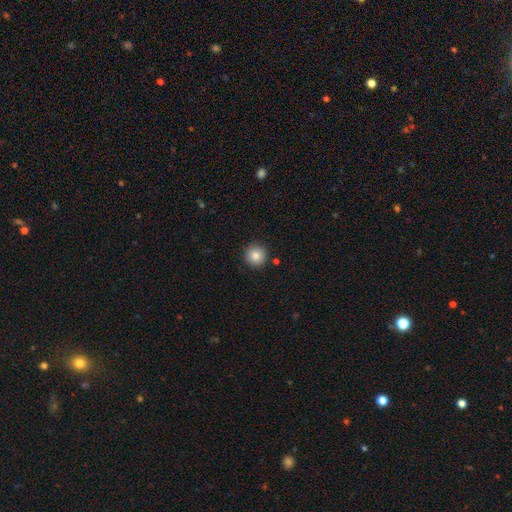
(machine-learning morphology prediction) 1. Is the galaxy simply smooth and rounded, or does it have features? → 84% smooth, 10% star or artifact, 6% featured or disk.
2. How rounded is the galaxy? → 96% round, 3% in between, 1% cigar-shaped.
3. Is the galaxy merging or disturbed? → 90% none, 6% minor disturbance, 2% merger, 2% major disturbance.